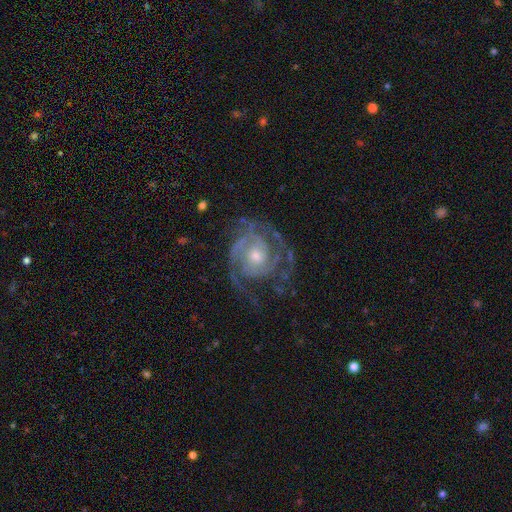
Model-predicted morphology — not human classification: A featured or disk galaxy (89%) with no bar (73%), 2 (35%) tight (58%) spiral arms (96%) and a moderate central bulge (47%, tied with small).

Vote fractions:
- Smooth or featured? featured or disk: 89% / smooth: 6% / star or artifact: 5%
- Edge-on disk? no: 98% / yes: 2%
- Bar? no: 73% / weak: 22% / strong: 5%
- Spiral arms? yes: 96% / no: 4%
- Spiral winding? tight: 58% / medium: 34% / loose: 8%
- Spiral arm count? 2: 35% / 3: 26% / can't tell: 20% / 4: 8% / 1: 7% / more than 4: 6%
- Bulge size? moderate: 47% (tied) / small: 47% (tied) / large: 3% / none: 1% / dominant: 1%
- Merging? none: 65% / minor disturbance: 18% / major disturbance: 16% / merger: 1%